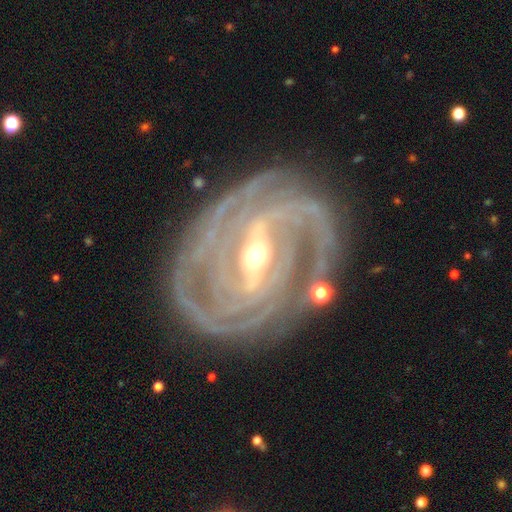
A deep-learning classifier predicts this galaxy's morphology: smooth_or_featured: featured or disk (p=0.92) [alt: star or artifact p=0.04]
disk_edge_on: no (p=0.96) [alt: yes p=0.04]
bar: strong (p=0.64) [alt: weak p=0.28]
has_spiral_arms: yes (p=0.98) [alt: no p=0.02]
spiral_winding: tight (p=0.76) [alt: medium p=0.21]
spiral_arm_count: 3 (p=0.31) [alt: 4 p=0.24]
bulge_size: moderate (p=0.54) [alt: small p=0.42]
merging: none (p=0.77) [alt: minor disturbance p=0.16]